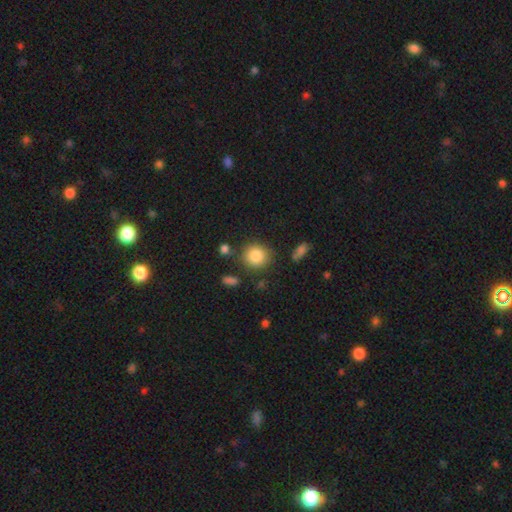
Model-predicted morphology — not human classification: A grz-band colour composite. It shows a smooth galaxy with no disk features (86%) that is round (86%). Merging: none (81%).